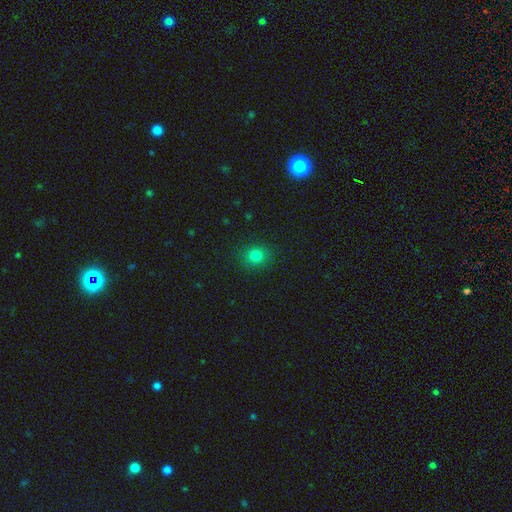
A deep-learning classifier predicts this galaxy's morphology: Smooth or featured? Predicted: smooth (p=0.80). How rounded? Predicted: round (p=0.74). Merging? Predicted: none (p=0.89).